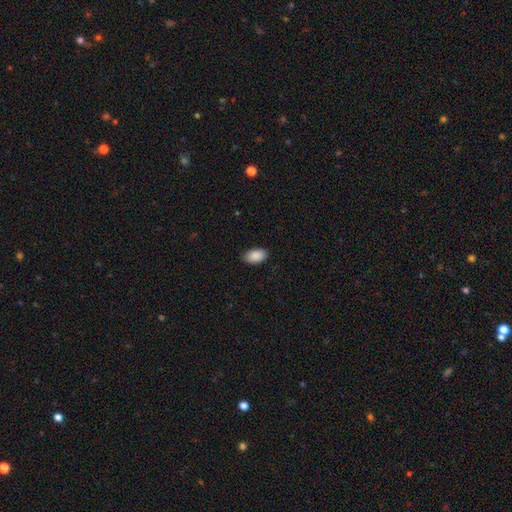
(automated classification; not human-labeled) Smooth or featured: smooth — 89% (star or artifact — 7%)
How rounded: in between — 94% (round — 4%)
Merging: none — 87% (minor disturbance — 10%)